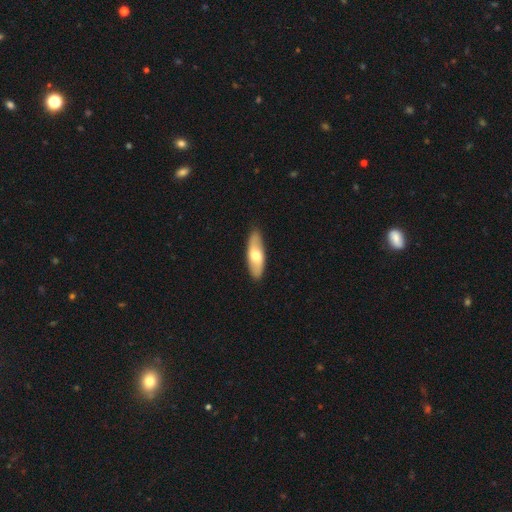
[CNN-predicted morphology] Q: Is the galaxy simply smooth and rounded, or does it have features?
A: smooth — 61%.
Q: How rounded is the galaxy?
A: in between — 63%.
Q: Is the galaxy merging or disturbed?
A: none — 88%.